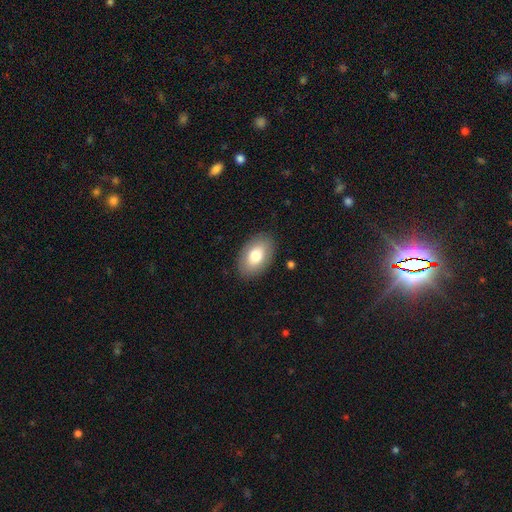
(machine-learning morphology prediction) Overall: smooth (76%). How rounded: in between (91%). Merging: none (87%).